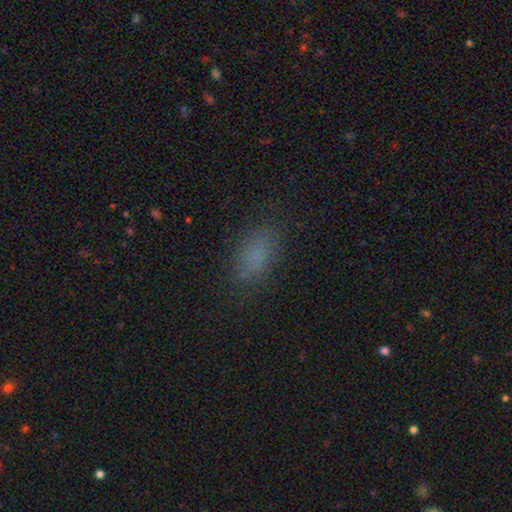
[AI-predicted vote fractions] Smooth or featured: smooth — 79% (star or artifact — 14%)
How rounded: in between — 87% (round — 8%)
Merging: none — 79% (minor disturbance — 14%)